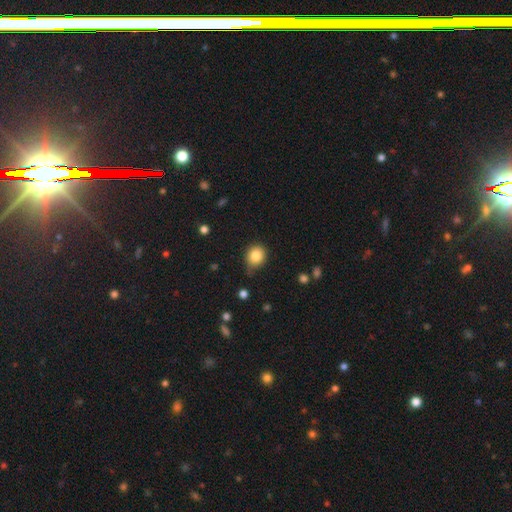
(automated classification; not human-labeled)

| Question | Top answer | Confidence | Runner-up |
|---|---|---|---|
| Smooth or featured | smooth | 83% | star or artifact (10%) |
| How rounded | round | 74% | in between (25%) |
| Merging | none | 69% | minor disturbance (24%) |